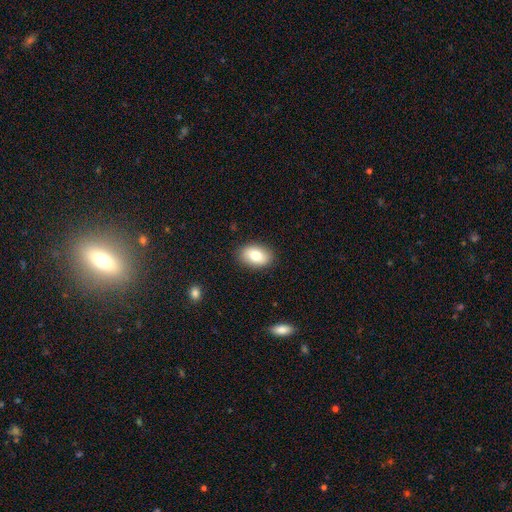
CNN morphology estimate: A smooth galaxy with no disk features (79%) that is in between round and cigar-shaped (88%). Merging: none (87%).